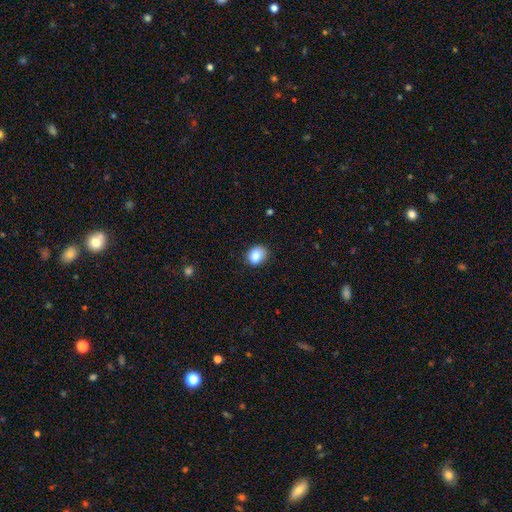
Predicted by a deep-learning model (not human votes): smooth-or-featured: smooth: 86% | star or artifact: 9% | featured or disk: 5%
  how-rounded: in between: 51% | round: 48% | cigar-shaped: 1%
  merging: none: 80% | minor disturbance: 16% | major disturbance: 3% | merger: 1%